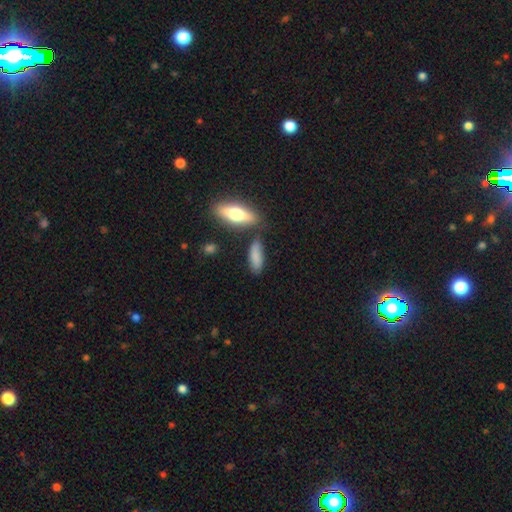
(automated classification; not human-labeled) Smooth or featured? smooth (79%)
How rounded? in between (54%)
Merging? none (68%)